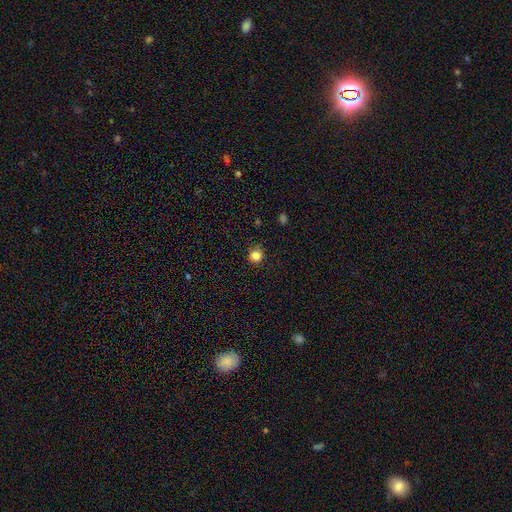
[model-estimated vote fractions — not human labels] Q: Smooth or featured?
A: smooth (83%); runner-up: star or artifact (13%)
Q: How rounded?
A: round (92%); runner-up: in between (7%)
Q: Merging?
A: none (85%); runner-up: minor disturbance (10%)